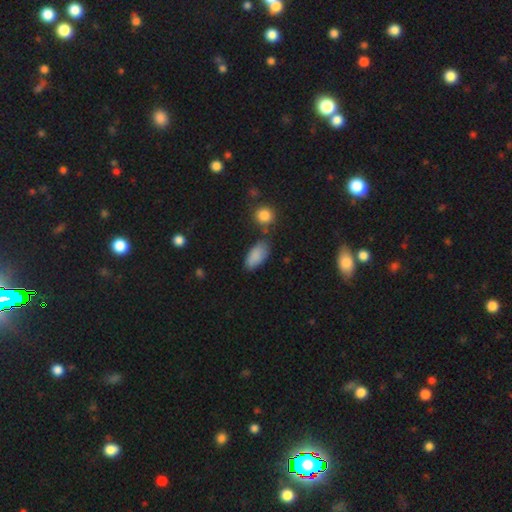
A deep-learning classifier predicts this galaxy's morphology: Smooth or featured?
  - smooth: 86% *
  - star or artifact: 7%
  - featured or disk: 7%
How rounded?
  - in between: 91% *
  - cigar-shaped: 5%
  - round: 3%
Merging?
  - none: 66% *
  - minor disturbance: 21%
  - merger: 8%
  - major disturbance: 5%